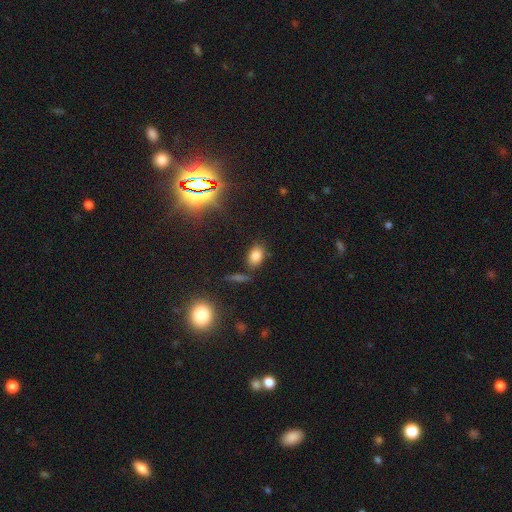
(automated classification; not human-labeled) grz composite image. It shows a smooth galaxy with no disk features (79%) that is in between round and cigar-shaped (82%). Merging: none (75%).